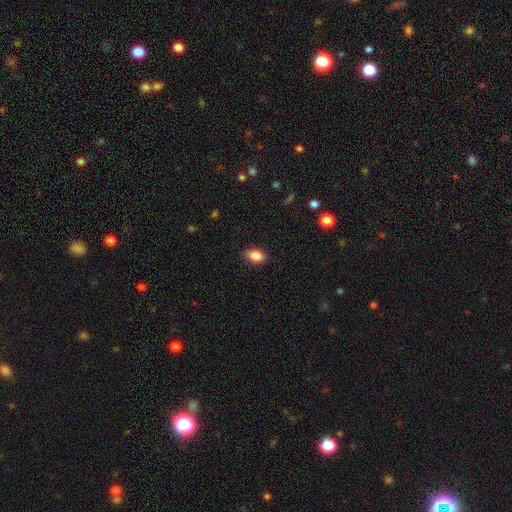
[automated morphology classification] A smooth galaxy with no disk features (87%) that is in between round and cigar-shaped (86%). Merging: none (83%).